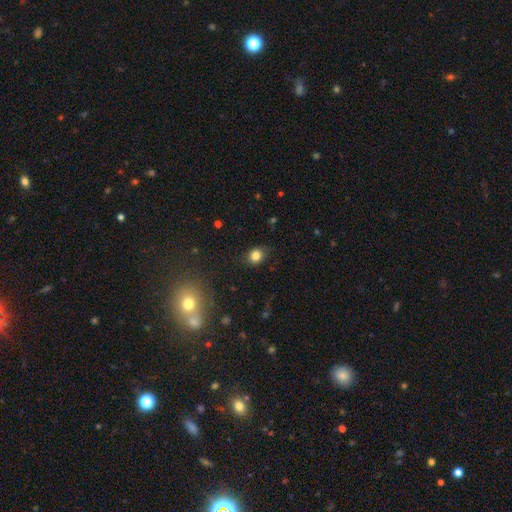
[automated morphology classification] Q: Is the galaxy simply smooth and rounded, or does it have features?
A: smooth — 83%.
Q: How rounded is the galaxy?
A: round — 66%.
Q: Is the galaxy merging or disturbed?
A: none — 82%.